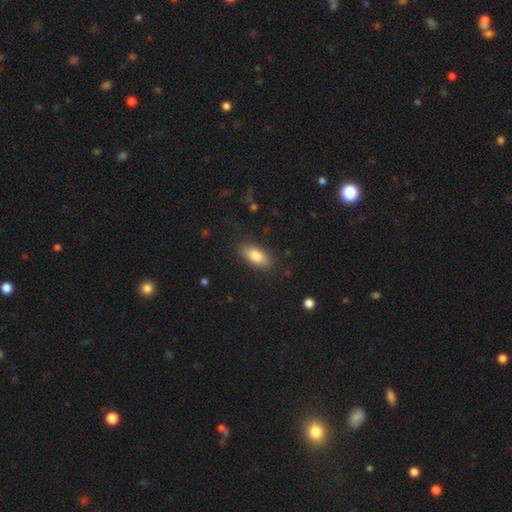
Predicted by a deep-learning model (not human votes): Overall: smooth (83%). How rounded: in between (88%). Merging: none (85%).